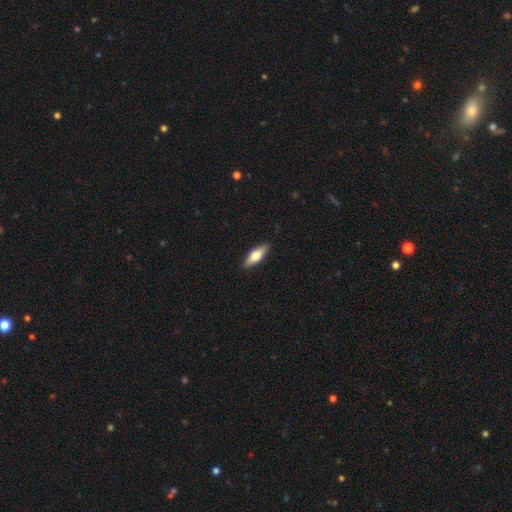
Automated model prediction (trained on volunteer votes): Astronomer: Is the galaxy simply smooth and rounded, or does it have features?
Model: smooth — 57% (runner-up: featured or disk, 38%).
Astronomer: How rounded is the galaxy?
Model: in between — 54% (runner-up: cigar-shaped, 43%).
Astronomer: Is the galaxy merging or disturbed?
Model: none — 90%.